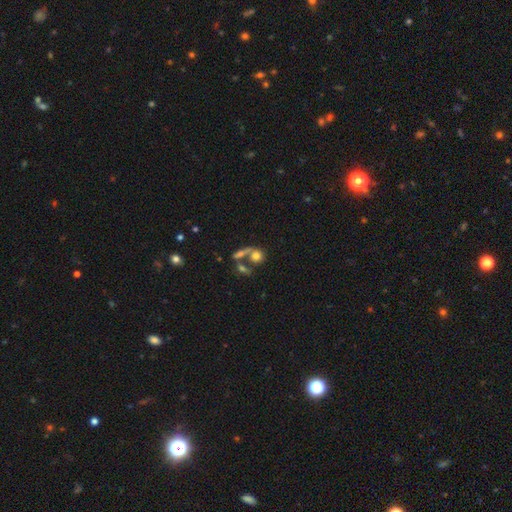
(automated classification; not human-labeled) smooth-or-featured: smooth: 66% | featured or disk: 21% | star or artifact: 12%
  how-rounded: round: 71% | in between: 25% | cigar-shaped: 4%
  merging: merger: 43% | none: 35% | major disturbance: 12% | minor disturbance: 10%